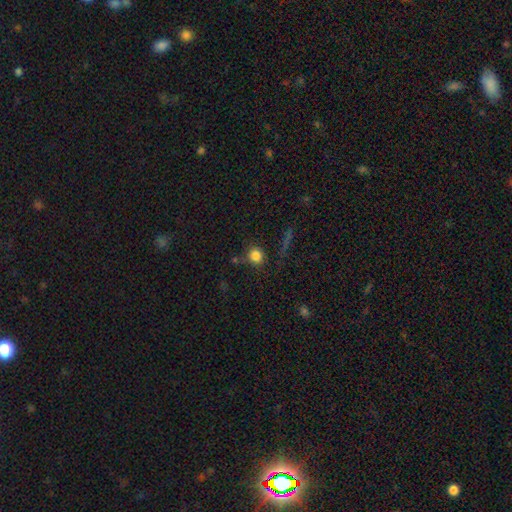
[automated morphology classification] A smooth galaxy with no disk features (80%) that is round (90%). Merging: none (75%).